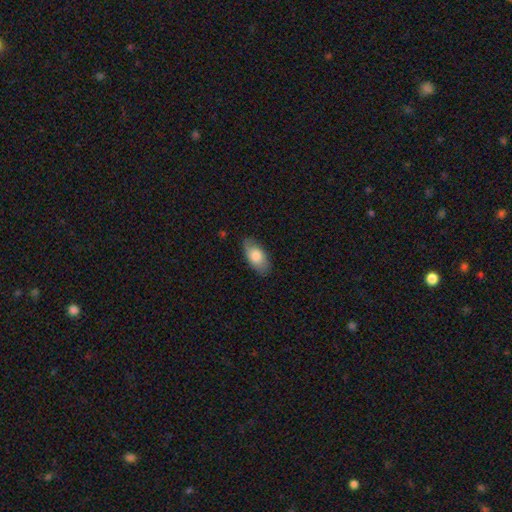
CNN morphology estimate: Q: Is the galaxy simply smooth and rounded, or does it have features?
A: smooth — 75%.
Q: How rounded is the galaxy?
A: in between — 92%.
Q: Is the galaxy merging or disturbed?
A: none — 80%.